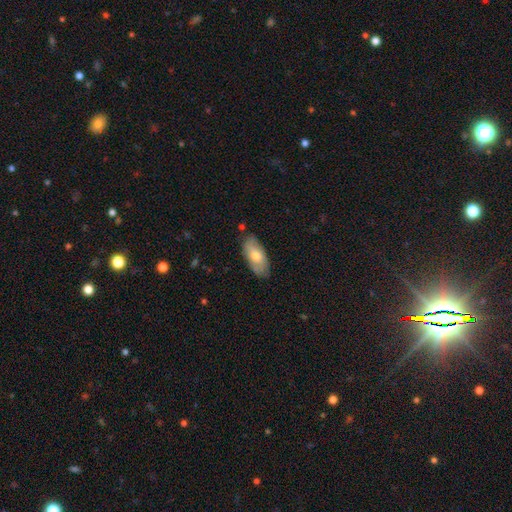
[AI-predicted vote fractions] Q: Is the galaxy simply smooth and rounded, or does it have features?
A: smooth — 67%.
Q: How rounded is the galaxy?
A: in between — 89%.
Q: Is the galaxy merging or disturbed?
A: none — 79%.